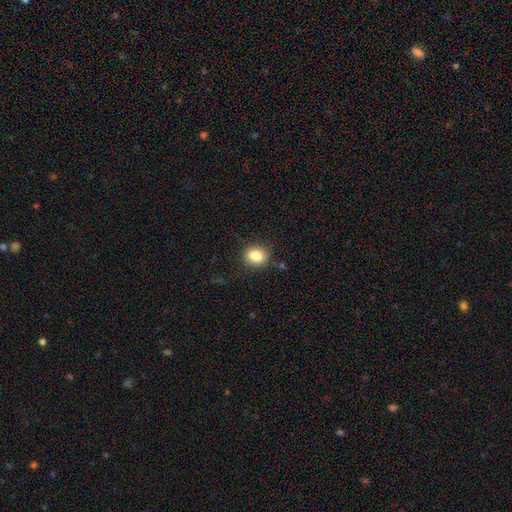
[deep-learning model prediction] Smooth or featured: smooth — 84% (star or artifact — 10%)
How rounded: round — 59% (in between — 40%)
Merging: none — 83% (minor disturbance — 12%)